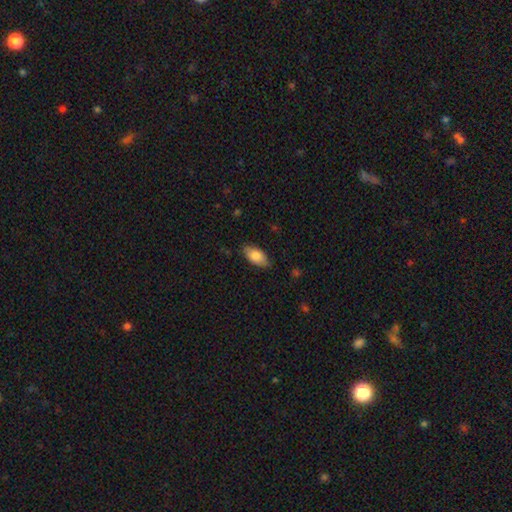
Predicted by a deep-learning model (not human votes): Q: Smooth or featured?
A: smooth (82%); runner-up: featured or disk (12%)
Q: How rounded?
A: in between (93%); runner-up: cigar-shaped (4%)
Q: Merging?
A: none (80%); runner-up: minor disturbance (16%)